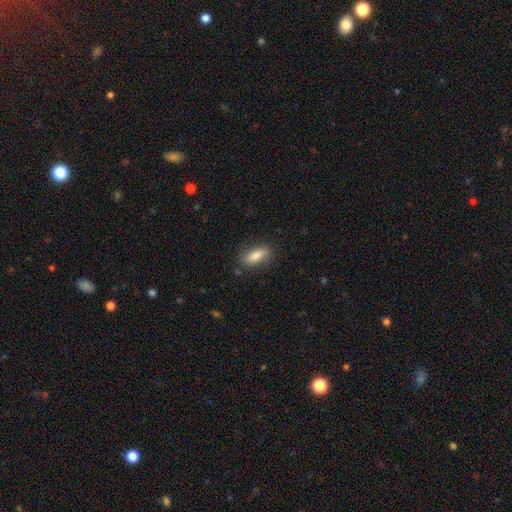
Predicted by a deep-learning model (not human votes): Smooth or featured? Predicted: smooth (p=0.82). How rounded? Predicted: in between (p=0.74). Merging? Predicted: none (p=0.83).